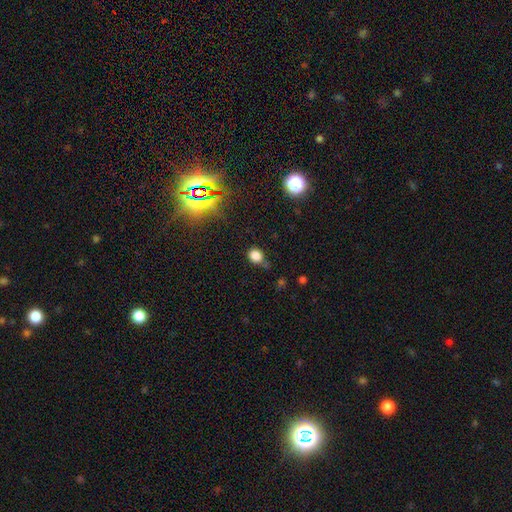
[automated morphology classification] A smooth galaxy with no disk features (78%) that is round (60%).

Vote fractions:
- Smooth or featured? smooth: 78% / star or artifact: 16% / featured or disk: 5%
- How rounded? round: 60% / in between: 39% / cigar-shaped: 1%
- Merging? none: 71% / minor disturbance: 18% / merger: 6% / major disturbance: 5%